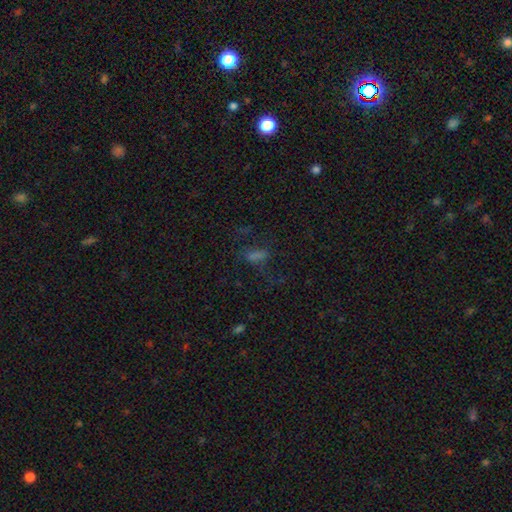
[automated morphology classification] The model was most divided on "smooth or featured": smooth: 47%, star or artifact: 32%, featured or disk: 21%. More confident: merging — none (52%).